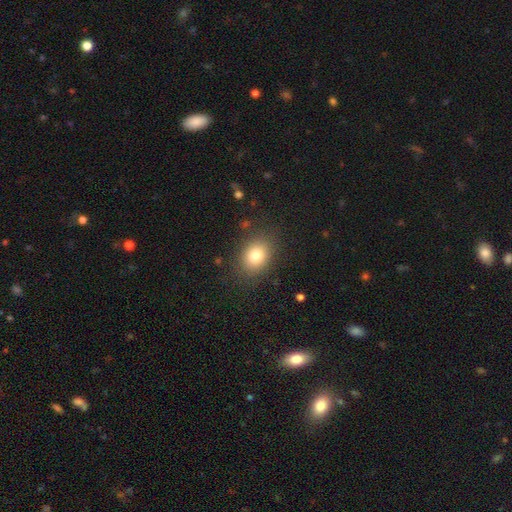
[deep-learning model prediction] Smooth or featured: smooth — 81% (star or artifact — 10%)
How rounded: in between — 62% (round — 37%)
Merging: none — 85% (minor disturbance — 10%)